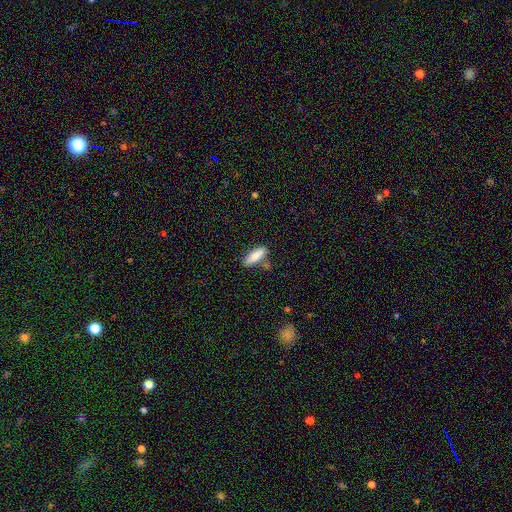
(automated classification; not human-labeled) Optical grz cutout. It shows a smooth galaxy with no disk features (85%) that is in between round and cigar-shaped (56%). Merging: none (74%).